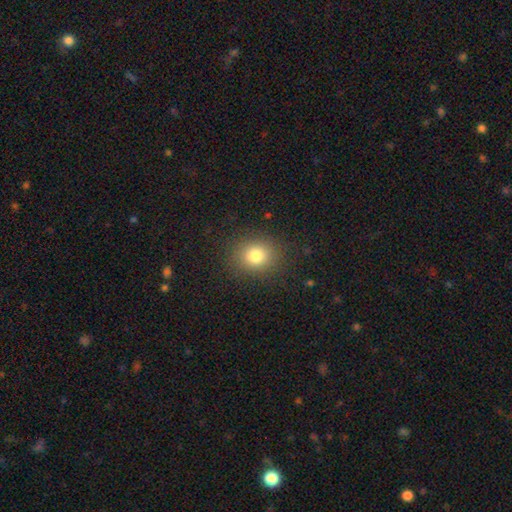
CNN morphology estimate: Q: Smooth or featured?
A: smooth (79%); runner-up: star or artifact (13%)
Q: How rounded?
A: round (77%); runner-up: in between (22%)
Q: Merging?
A: none (88%); runner-up: minor disturbance (8%)